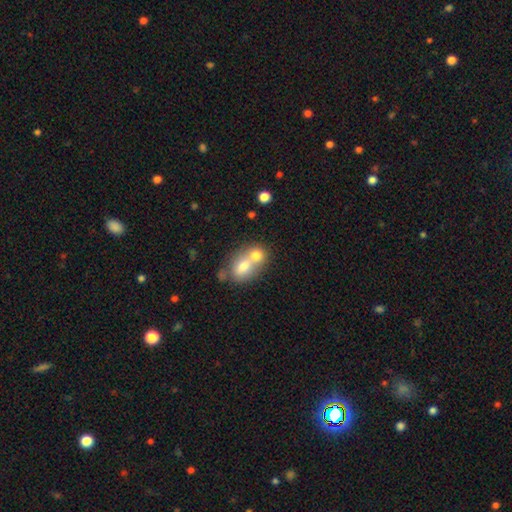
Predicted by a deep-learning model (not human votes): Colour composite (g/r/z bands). It shows a smooth galaxy with no disk features (72%) that is in between round and cigar-shaped (60%). Merging: merger (66%).